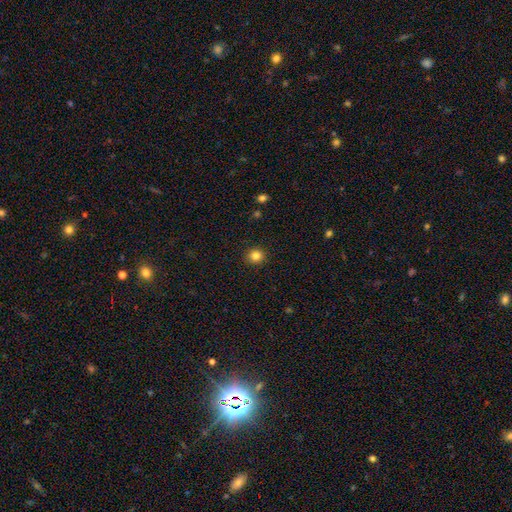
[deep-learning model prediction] The model was most divided on "smooth or featured": smooth: 83%, star or artifact: 12%, featured or disk: 5%. More confident: merging — none (92%); how rounded — round (88%).